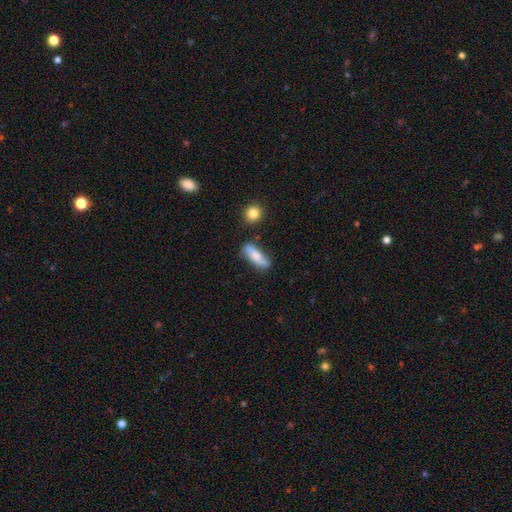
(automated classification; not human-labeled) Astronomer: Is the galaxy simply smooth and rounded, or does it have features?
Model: smooth — 70%.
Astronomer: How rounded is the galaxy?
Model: in between — 50% (runner-up: cigar-shaped, 47%).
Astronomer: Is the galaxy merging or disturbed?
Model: none — 73%.